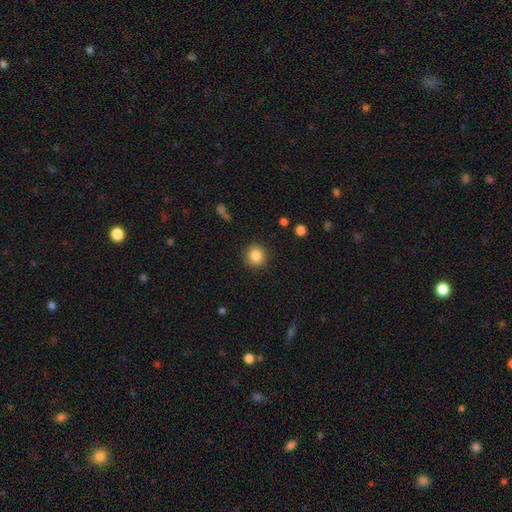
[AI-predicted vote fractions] Smooth or featured? Predicted: smooth (p=0.85). How rounded? Predicted: round (p=0.92). Merging? Predicted: none (p=0.90).